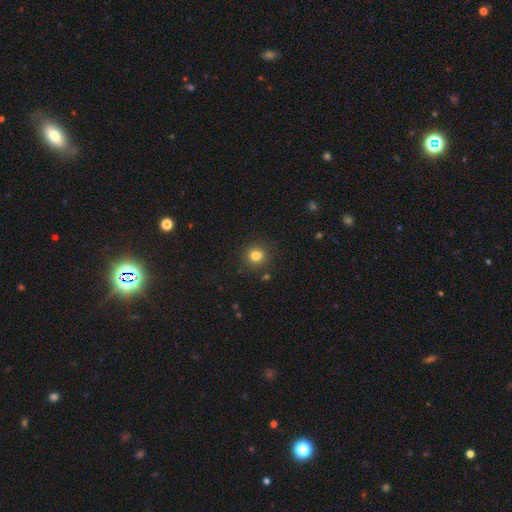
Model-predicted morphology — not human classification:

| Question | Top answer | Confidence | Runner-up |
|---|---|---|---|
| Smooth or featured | smooth | 80% | star or artifact (13%) |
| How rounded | round | 86% | in between (13%) |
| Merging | none | 86% | minor disturbance (8%) |